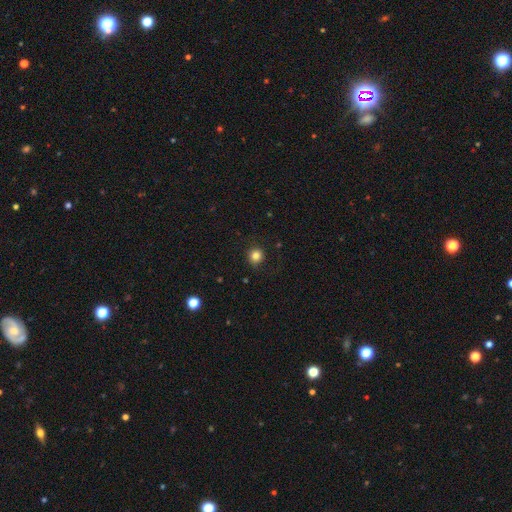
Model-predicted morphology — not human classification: smooth_or_featured: smooth (p=0.83) [alt: star or artifact p=0.12]
how_rounded: round (p=0.92) [alt: in between p=0.07]
merging: none (p=0.88) [alt: minor disturbance p=0.08]